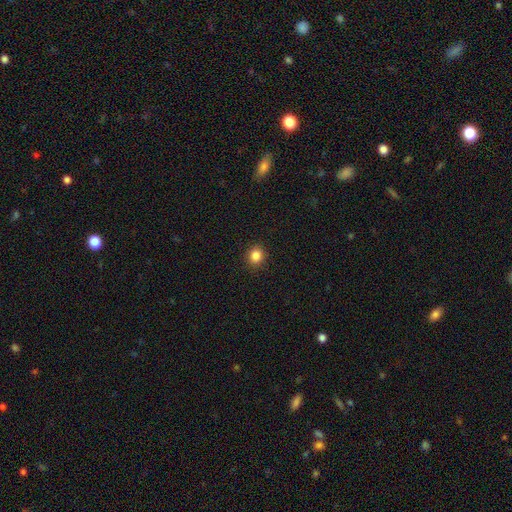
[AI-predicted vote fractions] Overall: smooth (85%). How rounded: round (83%). Merging: none (91%).